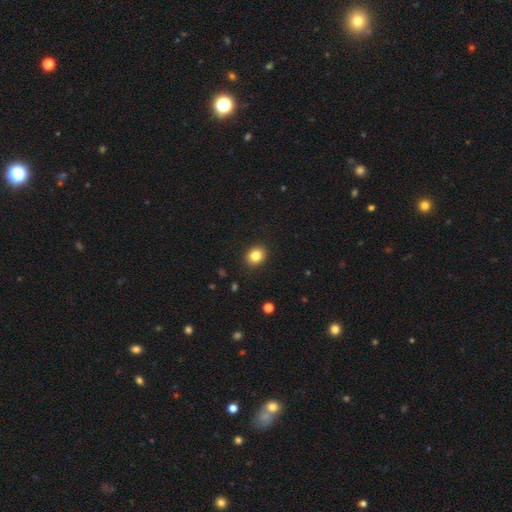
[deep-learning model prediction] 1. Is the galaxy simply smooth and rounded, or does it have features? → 83% smooth, 10% star or artifact, 6% featured or disk.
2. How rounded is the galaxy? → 57% round, 42% in between, 1% cigar-shaped.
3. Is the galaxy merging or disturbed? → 90% none, 7% minor disturbance, 2% major disturbance, 1% merger.